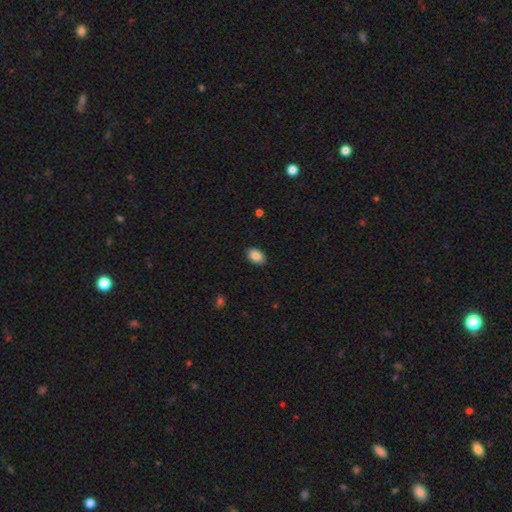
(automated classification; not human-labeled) Q: Smooth or featured?
A: smooth (88%); runner-up: star or artifact (8%)
Q: How rounded?
A: in between (87%); runner-up: round (11%)
Q: Merging?
A: none (88%); runner-up: minor disturbance (9%)